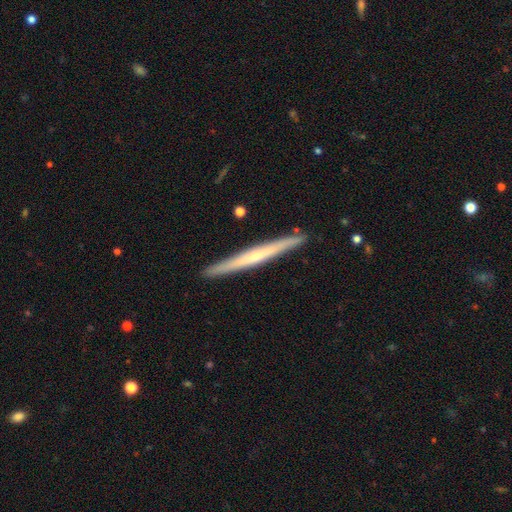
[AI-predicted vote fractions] This appears to be a featured or disk galaxy (58%) viewed edge-on (97%) with no central bulge (61%). Merging: none (91%).